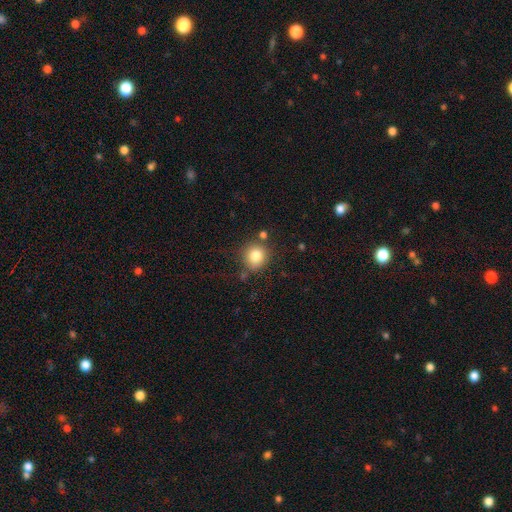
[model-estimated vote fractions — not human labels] smooth_or_featured: smooth (p=0.82) [alt: star or artifact p=0.11]
how_rounded: round (p=0.89) [alt: in between p=0.10]
merging: none (p=0.78) [alt: minor disturbance p=0.11]